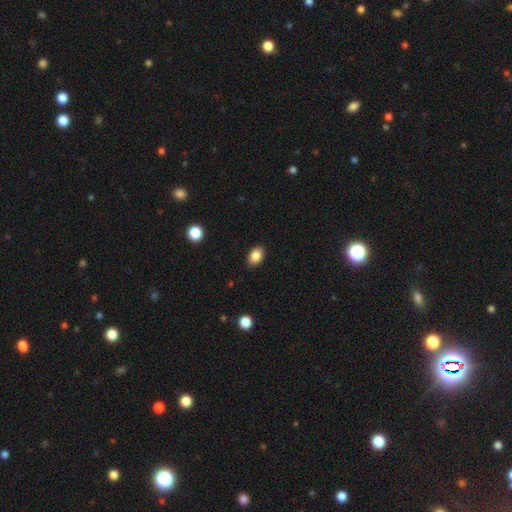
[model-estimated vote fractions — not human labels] The model was most divided on "how rounded": in between: 85%, round: 14%, cigar-shaped: 1%. More confident: merging — none (88%); smooth or featured — smooth (87%).